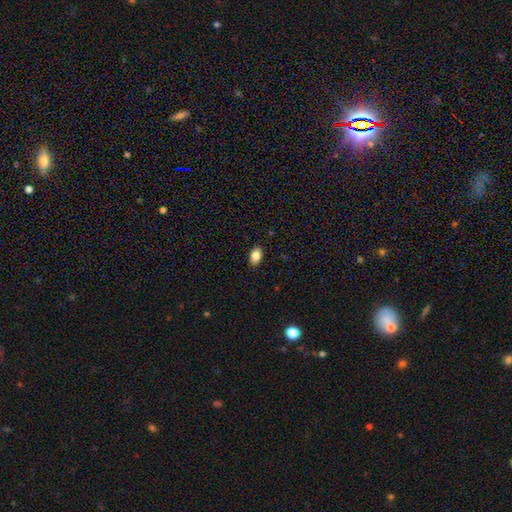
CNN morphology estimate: This is clearly a smooth galaxy (84%). How rounded: clearly in between (87%). Merging: clearly none (88%).